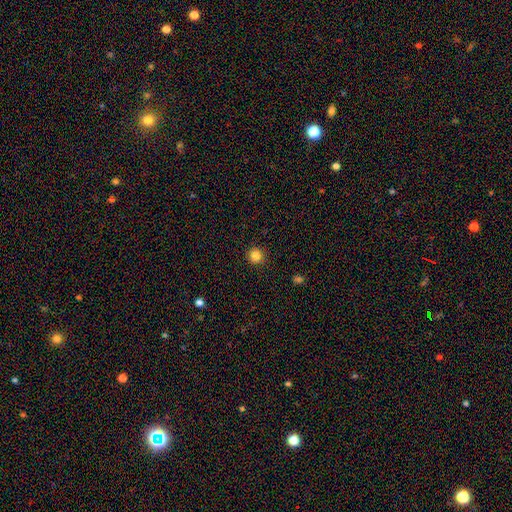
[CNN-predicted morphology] smooth-or-featured: smooth: 84% | star or artifact: 12% | featured or disk: 4%
  how-rounded: round: 94% | in between: 5% | cigar-shaped: 1%
  merging: none: 92% | minor disturbance: 5% | major disturbance: 2% | merger: 1%